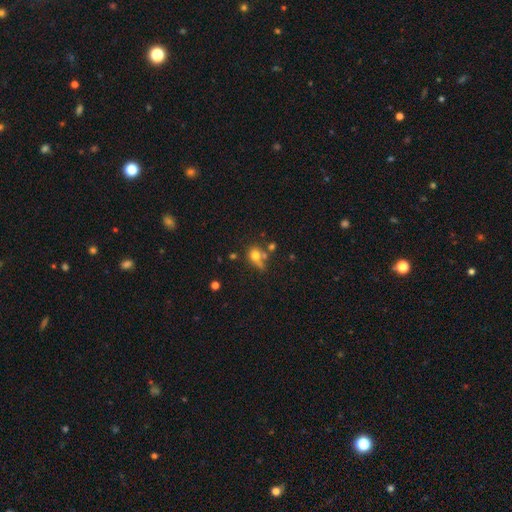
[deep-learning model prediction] Q: Smooth or featured?
A: smooth (71%); runner-up: featured or disk (15%)
Q: How rounded?
A: round (65%); runner-up: in between (32%)
Q: Merging?
A: none (42%); runner-up: merger (29%)